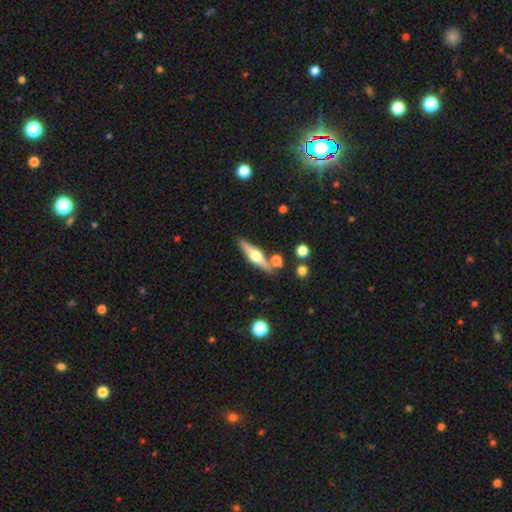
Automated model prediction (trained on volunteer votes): A featured or disk galaxy (67%) viewed edge-on (96%) with a rounded central bulge (93%).

Vote fractions:
- Smooth or featured? featured or disk: 67% / smooth: 27% / star or artifact: 7%
- Edge-on disk? yes: 96% / no: 4%
- Edge-on bulge? rounded: 93% / boxy: 5% / none: 2%
- Merging? none: 81% / minor disturbance: 9% / merger: 8% / major disturbance: 3%